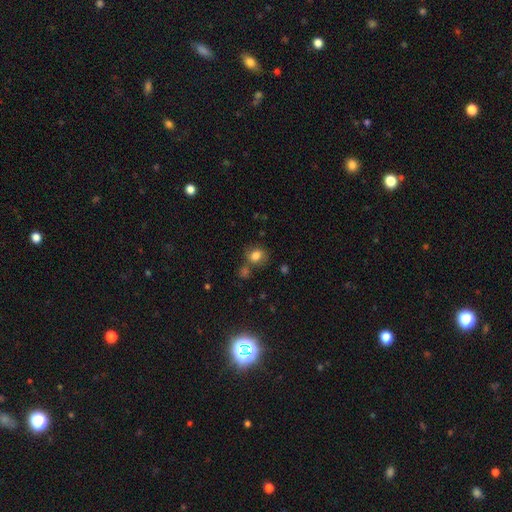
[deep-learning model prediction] Smooth or featured: smooth — 79% (star or artifact — 12%)
How rounded: round — 63% (in between — 36%)
Merging: none — 63% (minor disturbance — 16%)